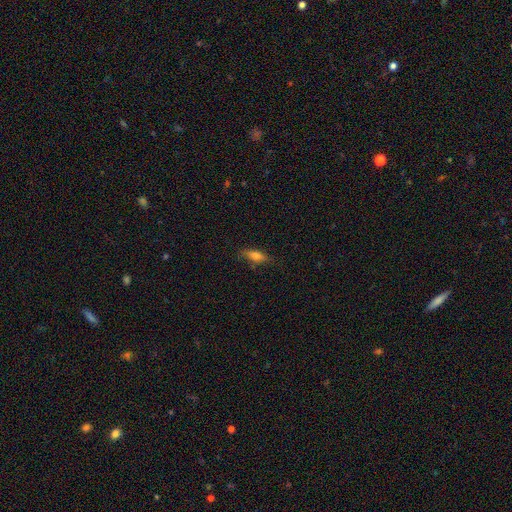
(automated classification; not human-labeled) Overall: smooth (70%). How rounded: in between (60%; cigar-shaped 37%). Merging: none (74%).